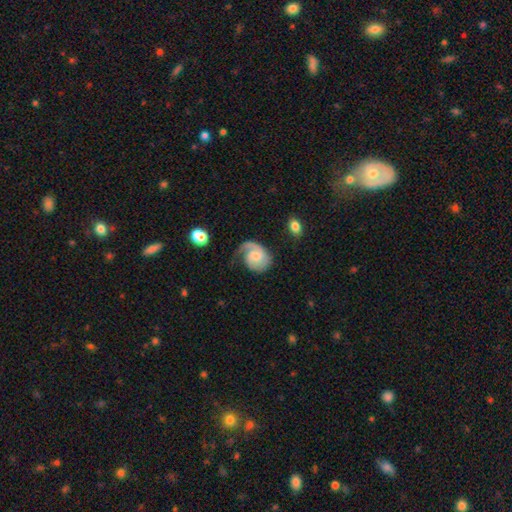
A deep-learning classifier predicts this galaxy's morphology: featured or disk 80%, smooth 15%, star or artifact 5%. Down the decision tree: edge-on disk — no (98%); bar — no (54%); spiral arms — yes (96%); spiral arm count — 1 (56%); spiral winding — medium (43%); bulge size — small (42%); merging — none (52%).